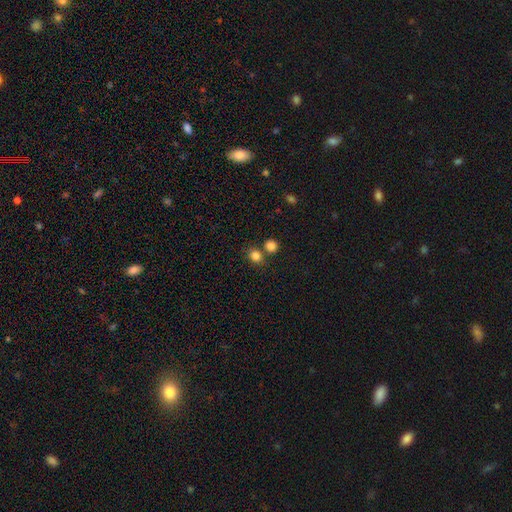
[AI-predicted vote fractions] Q: Smooth or featured?
A: smooth (83%); runner-up: star or artifact (12%)
Q: How rounded?
A: round (69%); runner-up: in between (30%)
Q: Merging?
A: none (64%); runner-up: merger (24%)